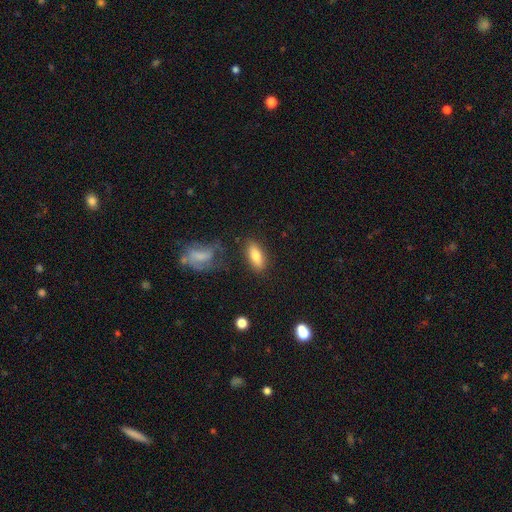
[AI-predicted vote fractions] Q: Smooth or featured?
A: smooth (77%); runner-up: featured or disk (16%)
Q: How rounded?
A: in between (73%); runner-up: cigar-shaped (24%)
Q: Merging?
A: none (80%); runner-up: minor disturbance (12%)